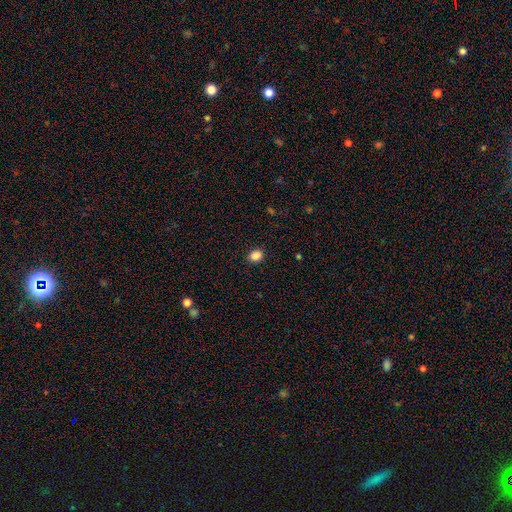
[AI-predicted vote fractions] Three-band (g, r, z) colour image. It shows a smooth galaxy with no disk features (87%) that is round (54%). Merging: none (90%).